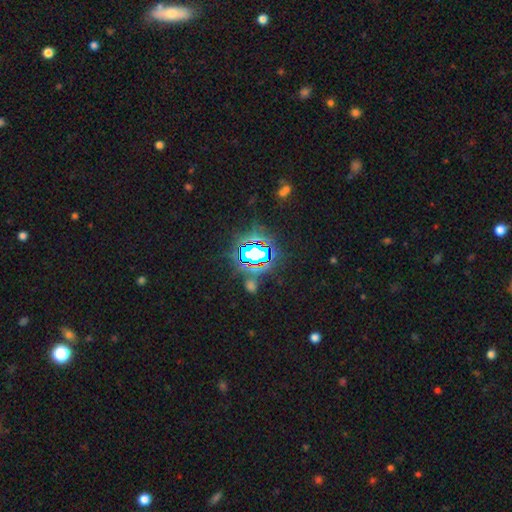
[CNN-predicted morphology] The model was most divided on "smooth or featured": star or artifact: 76%, smooth: 14%, featured or disk: 10%.